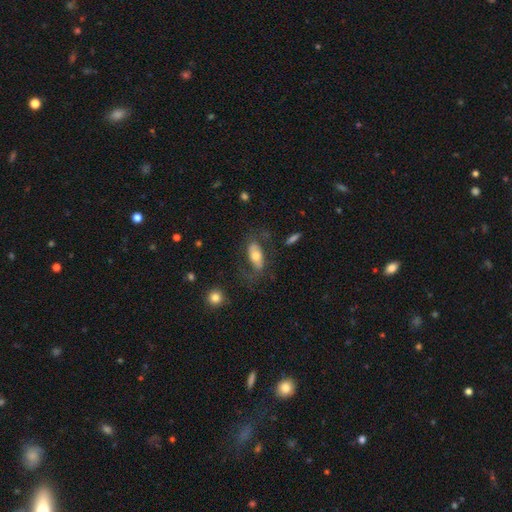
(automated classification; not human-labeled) smooth_or_featured: smooth (p=0.51) [alt: featured or disk p=0.42]
how_rounded: in between (p=0.85) [alt: cigar-shaped p=0.11]
merging: none (p=0.60) [alt: major disturbance p=0.19]